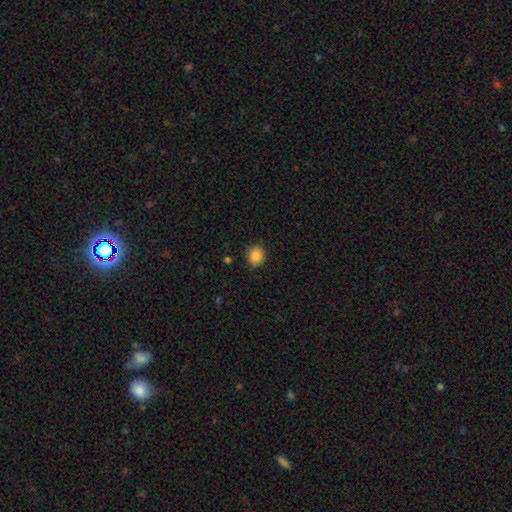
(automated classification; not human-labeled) Morphology: type=smooth (87%); roundness=round (75%); merging=none (89%).